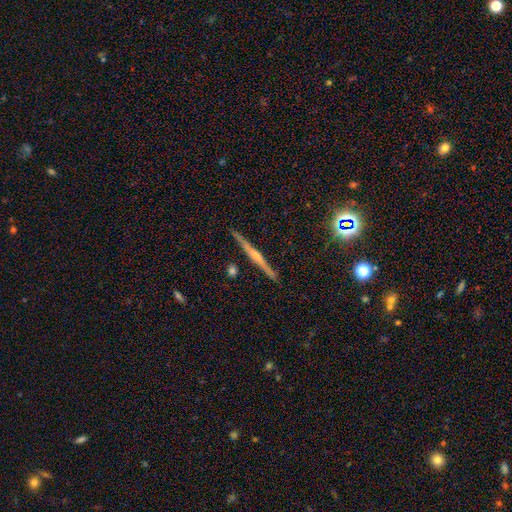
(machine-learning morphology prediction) Smooth or featured? Predicted: featured or disk (p=0.72). Edge-on disk? Predicted: yes (p=0.98). Edge-on bulge? Predicted: rounded (p=0.63). Merging? Predicted: none (p=0.91).